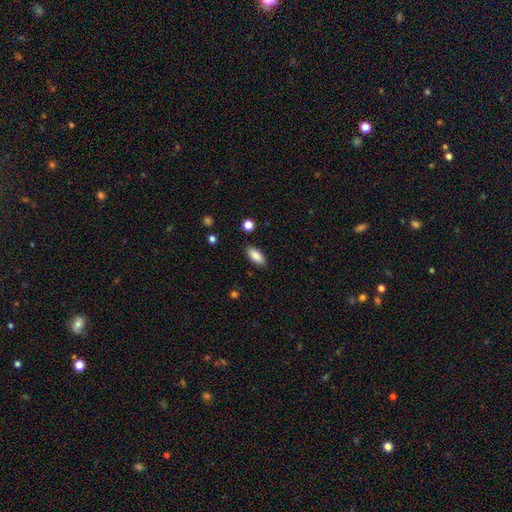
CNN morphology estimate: This appears to be a smooth galaxy with no disk features (87%) that is in between round and cigar-shaped (87%). Merging: none (88%).